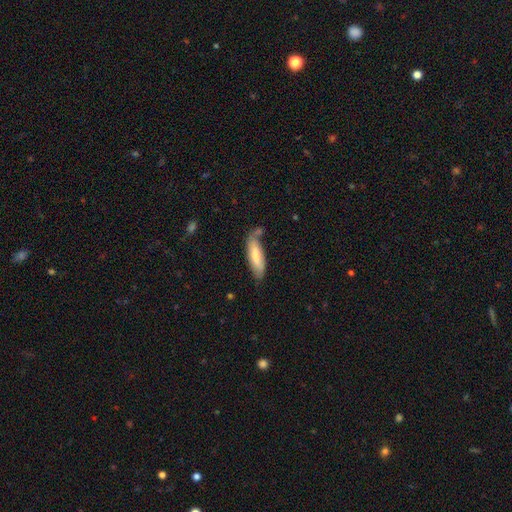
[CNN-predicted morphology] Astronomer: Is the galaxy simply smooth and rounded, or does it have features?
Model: smooth — 70%.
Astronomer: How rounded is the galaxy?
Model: in between — 51% (runner-up: cigar-shaped, 48%).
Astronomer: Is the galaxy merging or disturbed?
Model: none — 58%.